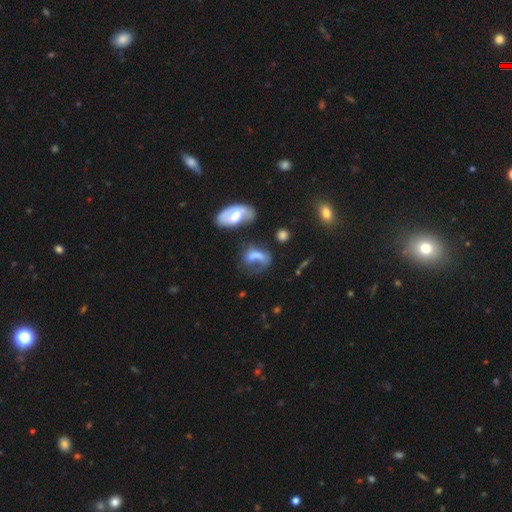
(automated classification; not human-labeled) Smooth or featured?
  - smooth: 51% *
  - featured or disk: 34%
  - star or artifact: 14%
How rounded?
  - in between: 70% *
  - round: 22%
  - cigar-shaped: 8%
Merging?
  - major disturbance: 36% *
  - none: 28%
  - merger: 18%
  - minor disturbance: 18%